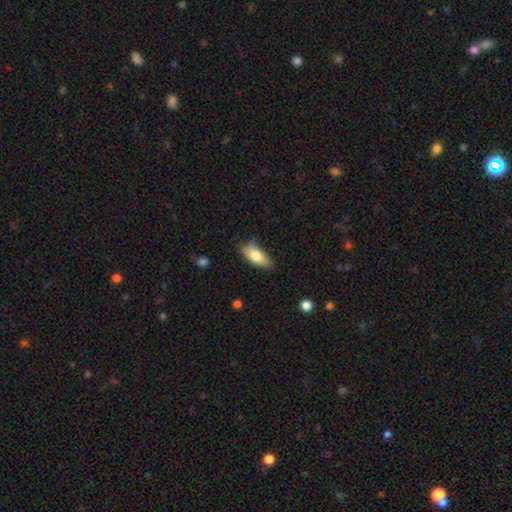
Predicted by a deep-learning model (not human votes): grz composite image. It shows a smooth galaxy with no disk features (75%) that is in between round and cigar-shaped (83%). Merging: none (67%).